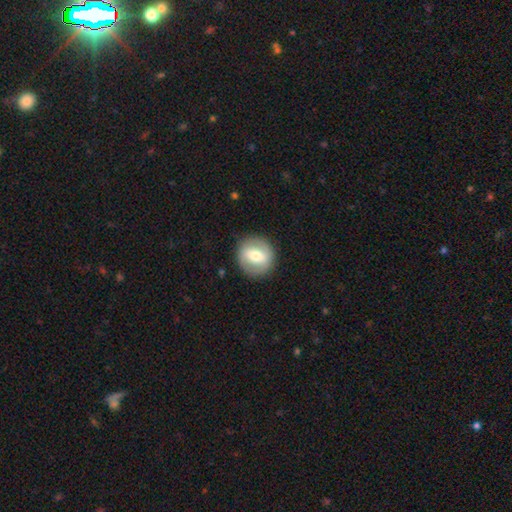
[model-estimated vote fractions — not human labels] A smooth galaxy with no disk features (49%). Merging: none (88%).